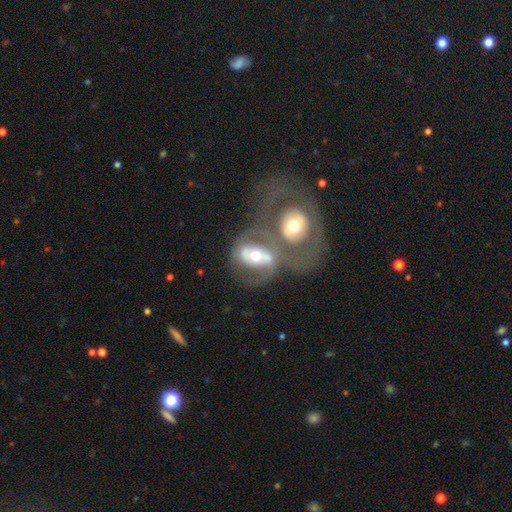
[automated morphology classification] This appears to be a featured or disk galaxy (66%) with no bar (45%), spiral arms (51%) and a moderate central bulge (72%). Merging: merger (55%).